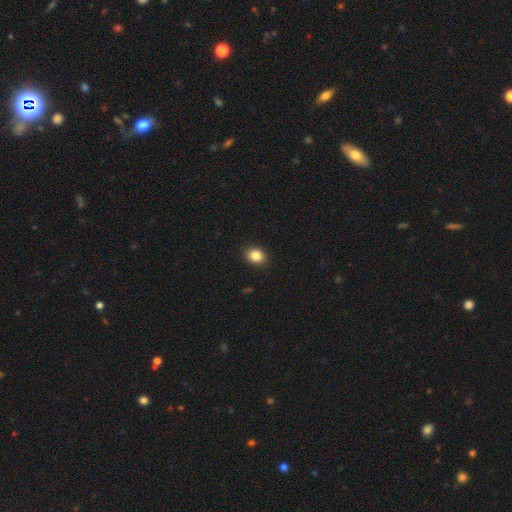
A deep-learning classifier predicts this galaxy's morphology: Smooth or featured: smooth — 85% (star or artifact — 10%)
How rounded: round — 51% (in between — 48%)
Merging: none — 90% (minor disturbance — 7%)